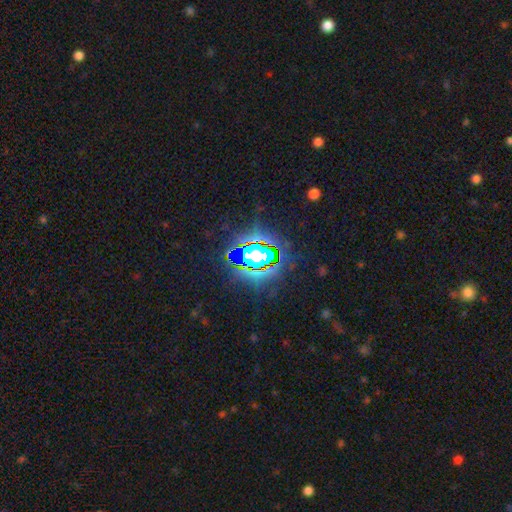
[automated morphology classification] type=star or artifact (69%).